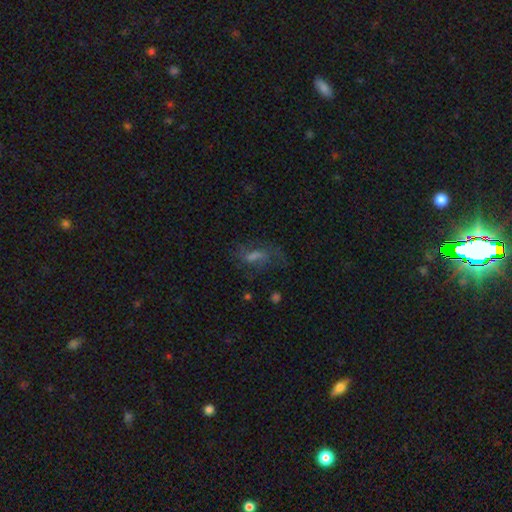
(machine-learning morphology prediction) This is possibly a featured or disk galaxy (46%). Merging: possibly none (54%).